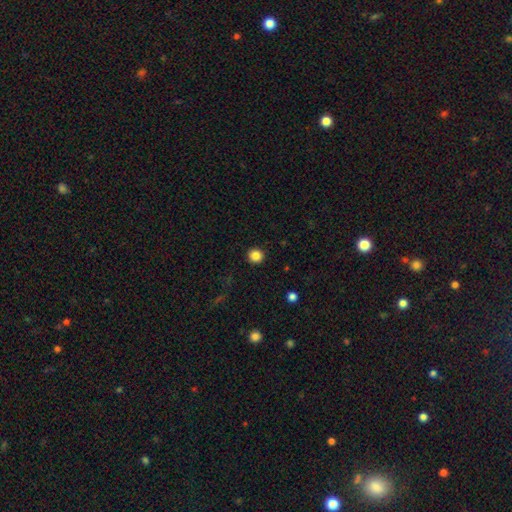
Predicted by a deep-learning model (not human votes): A smooth galaxy with no disk features (85%) that is round (94%). Merging: none (93%).